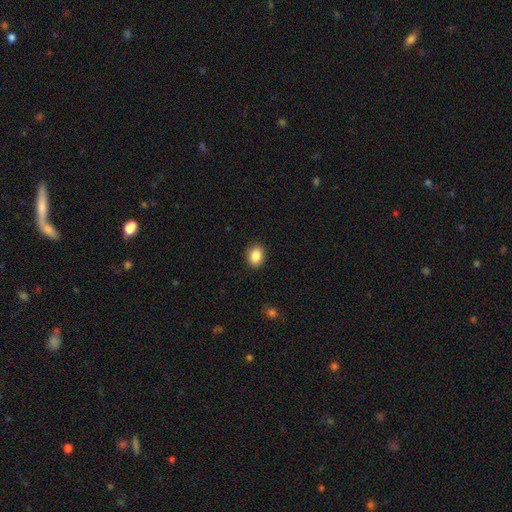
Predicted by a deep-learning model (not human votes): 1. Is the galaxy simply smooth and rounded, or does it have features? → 87% smooth, 8% star or artifact, 5% featured or disk.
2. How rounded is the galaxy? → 66% in between, 33% round, 1% cigar-shaped.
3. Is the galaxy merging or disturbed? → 90% none, 7% minor disturbance, 2% major disturbance, 1% merger.